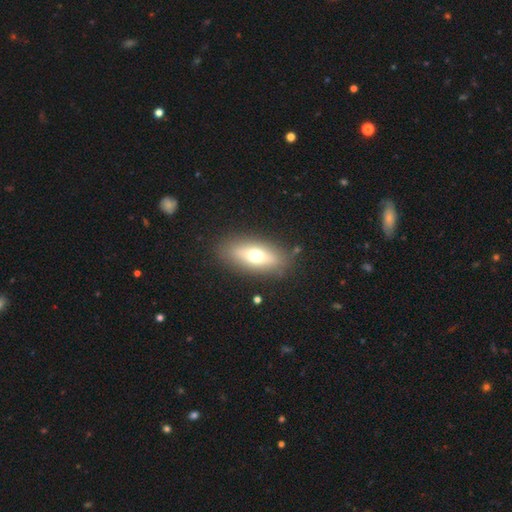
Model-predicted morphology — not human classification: A smooth galaxy with no disk features (63%) that is in between round and cigar-shaped (76%).

Vote fractions:
- Smooth or featured? smooth: 63% / featured or disk: 28% / star or artifact: 8%
- How rounded? in between: 76% / cigar-shaped: 19% / round: 6%
- Merging? none: 85% / minor disturbance: 10% / major disturbance: 4% / merger: 2%